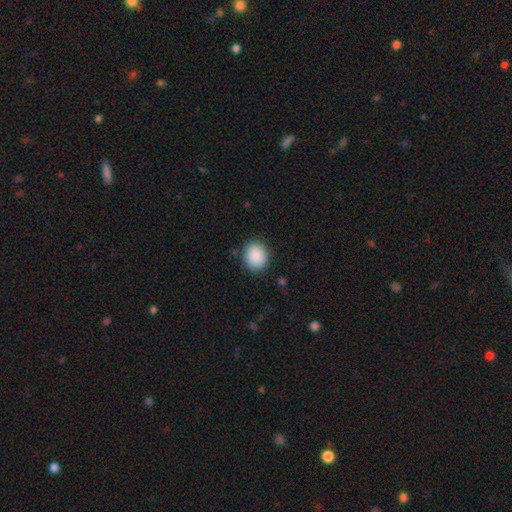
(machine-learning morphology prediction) A smooth galaxy with no disk features (90%) that is round (70%).

Vote fractions:
- Smooth or featured? smooth: 90% / star or artifact: 7% / featured or disk: 3%
- How rounded? round: 70% / in between: 30% / cigar-shaped: 1%
- Merging? none: 88% / minor disturbance: 8% / major disturbance: 3% / merger: 1%